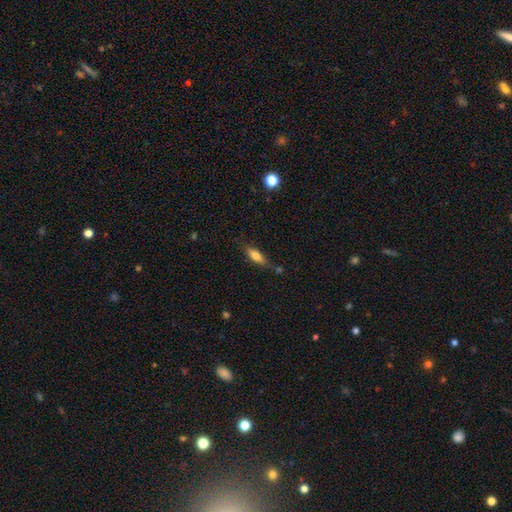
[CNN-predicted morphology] Smooth or featured? smooth (73%)
How rounded? in between (61%)
Merging? none (64%)